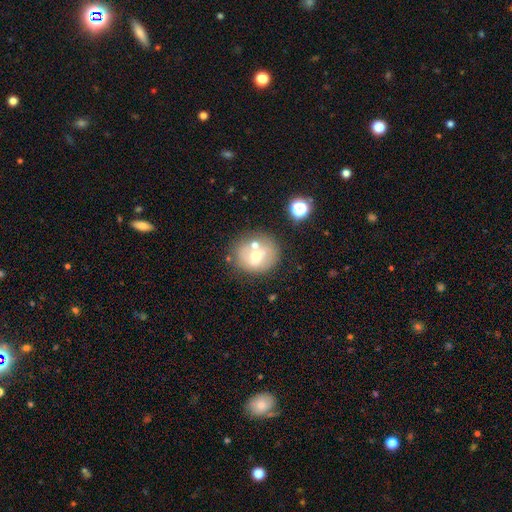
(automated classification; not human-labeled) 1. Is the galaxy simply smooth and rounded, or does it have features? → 51% smooth, 38% featured or disk, 11% star or artifact.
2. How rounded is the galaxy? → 83% round, 17% in between, 1% cigar-shaped.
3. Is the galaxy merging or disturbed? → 59% none, 20% merger, 15% minor disturbance, 7% major disturbance.